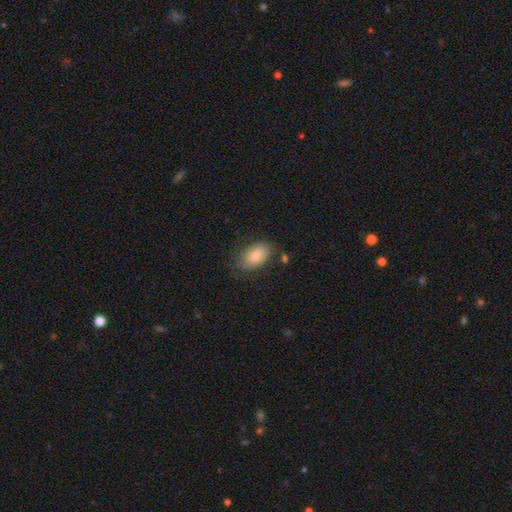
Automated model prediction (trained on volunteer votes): A smooth galaxy with no disk features (81%) that is in between round and cigar-shaped (92%). Merging: none (68%).